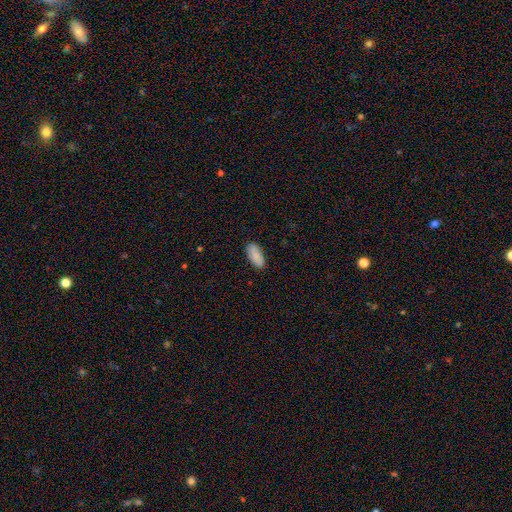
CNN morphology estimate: This appears to be a smooth galaxy with no disk features (87%) that is in between round and cigar-shaped (88%). Merging: none (87%).